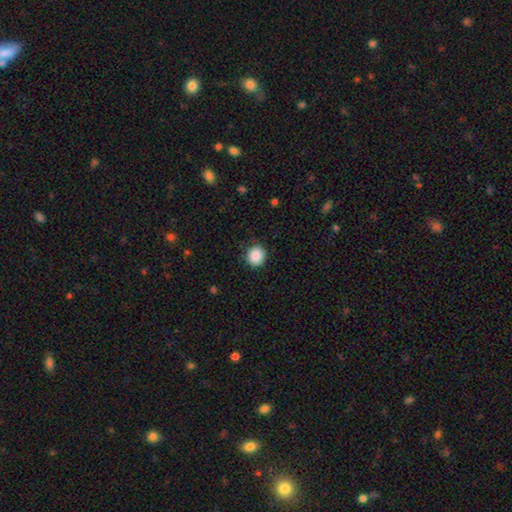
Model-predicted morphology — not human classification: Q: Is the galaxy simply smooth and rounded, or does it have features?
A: smooth — 87%.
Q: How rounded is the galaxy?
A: round — 89%.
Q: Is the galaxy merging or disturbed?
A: none — 85%.